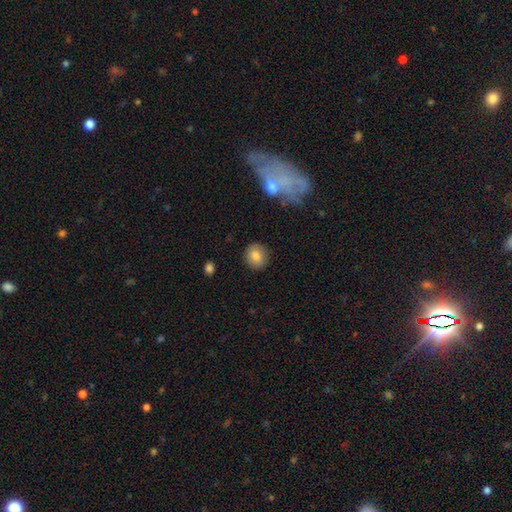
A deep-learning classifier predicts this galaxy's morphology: Smooth or featured? Predicted: smooth (p=0.83). How rounded? Predicted: round (p=0.84). Merging? Predicted: none (p=0.89).